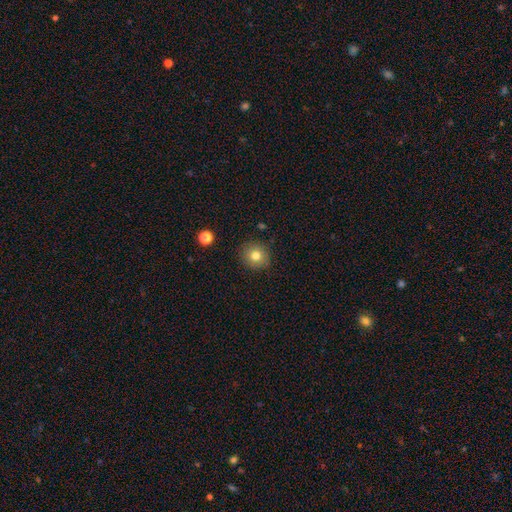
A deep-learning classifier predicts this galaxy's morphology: Smooth or featured? smooth (79%)
How rounded? round (89%)
Merging? none (89%)